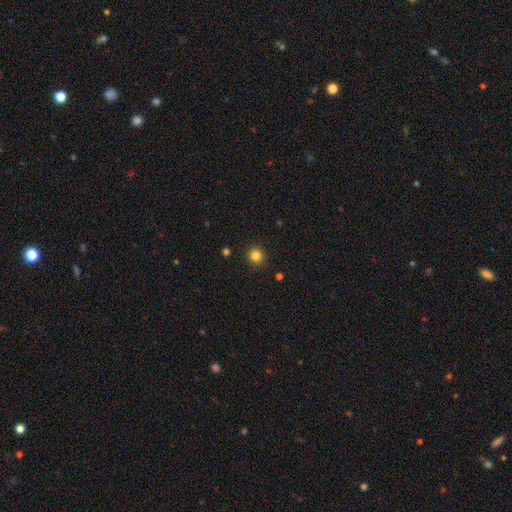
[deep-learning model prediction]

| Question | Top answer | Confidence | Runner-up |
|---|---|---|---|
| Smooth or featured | smooth | 83% | star or artifact (12%) |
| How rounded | round | 89% | in between (10%) |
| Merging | none | 91% | minor disturbance (6%) |